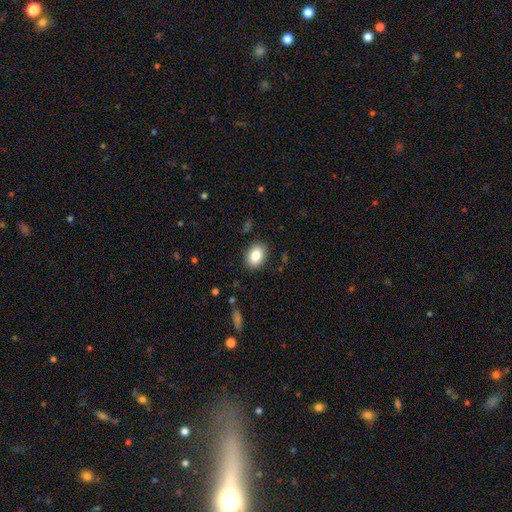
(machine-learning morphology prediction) This is clearly a smooth galaxy (86%). How rounded: likely in between (79%). Merging: clearly none (87%).